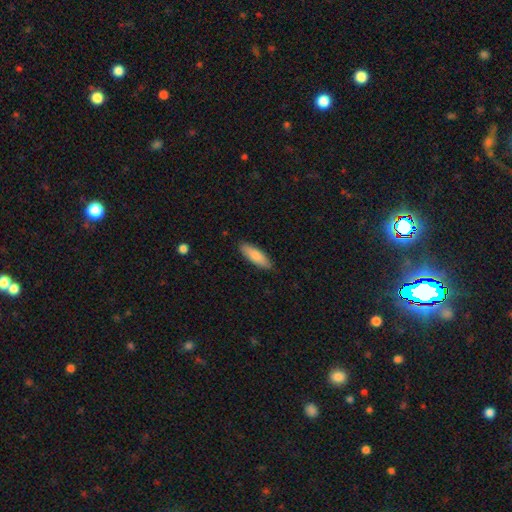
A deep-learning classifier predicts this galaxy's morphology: Overall: smooth (83%). How rounded: in between (54%; cigar-shaped 45%). Merging: none (87%).